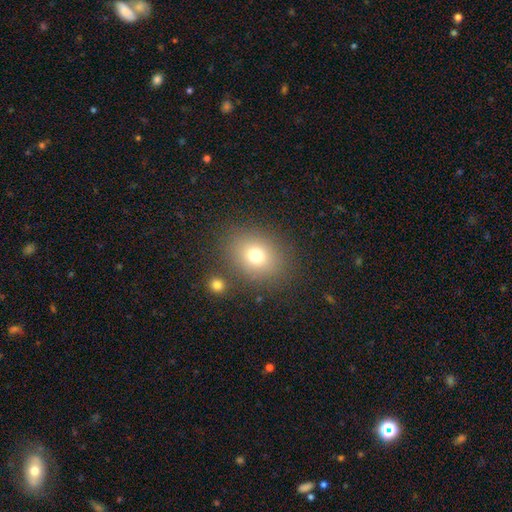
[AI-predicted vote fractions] Overall: smooth (73%). How rounded: round (52%; in between 47%). Merging: none (81%).